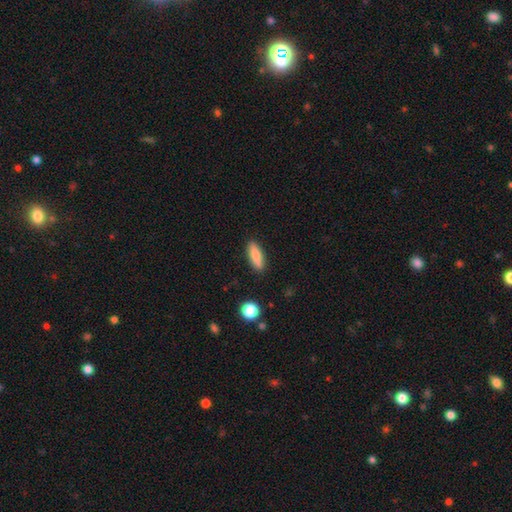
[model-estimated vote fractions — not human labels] Smooth or featured: smooth — 83% (featured or disk — 10%)
How rounded: cigar-shaped — 52% (in between — 46%)
Merging: none — 88% (minor disturbance — 9%)